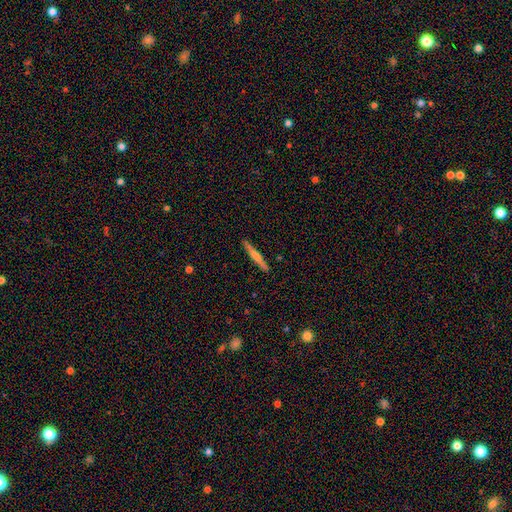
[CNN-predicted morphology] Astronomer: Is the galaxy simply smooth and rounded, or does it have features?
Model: featured or disk — 56% (runner-up: smooth, 38%).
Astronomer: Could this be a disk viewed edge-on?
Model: yes — 97%.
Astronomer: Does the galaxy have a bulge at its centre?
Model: rounded — 73%.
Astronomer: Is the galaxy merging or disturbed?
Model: none — 91%.